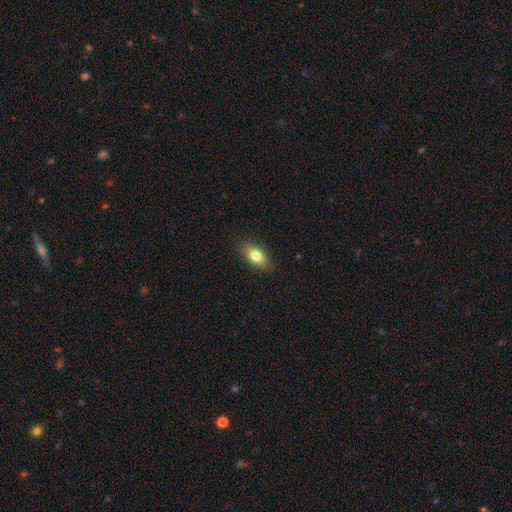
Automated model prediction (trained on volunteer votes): Morphology: type=smooth (81%); roundness=in between (86%); merging=none (85%).